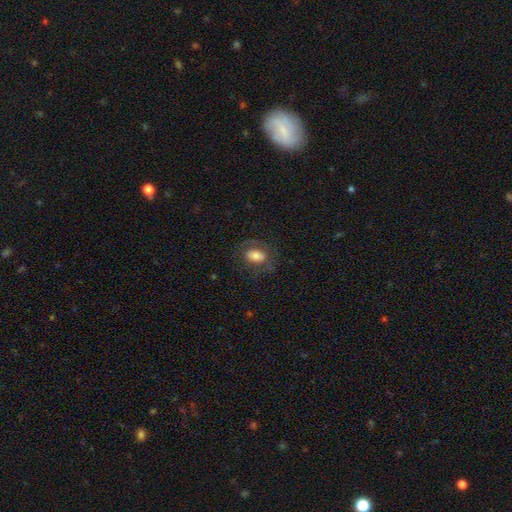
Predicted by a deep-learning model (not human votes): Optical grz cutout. It shows a smooth galaxy with no disk features (65%) that is in between round and cigar-shaped (82%). Merging: none (65%).